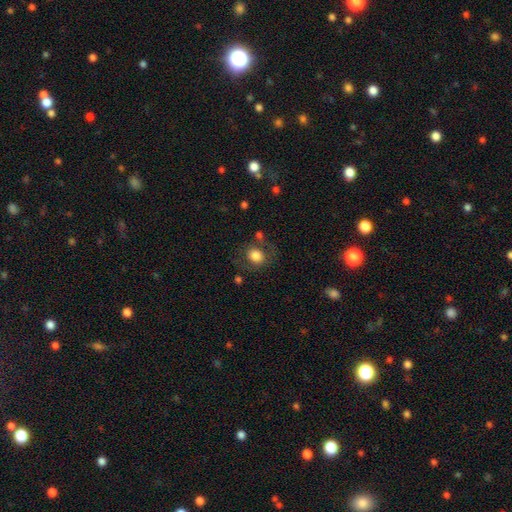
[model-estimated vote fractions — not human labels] Smooth or featured: smooth — 76% (featured or disk — 15%)
How rounded: round — 66% (in between — 33%)
Merging: none — 66% (minor disturbance — 17%)